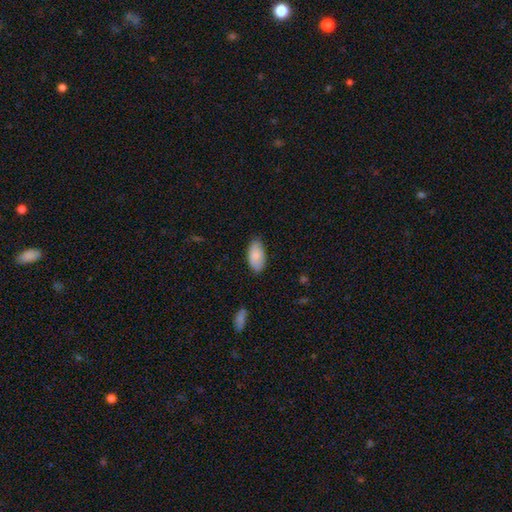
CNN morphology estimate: Smooth or featured: smooth — 83% (featured or disk — 11%)
How rounded: in between — 95% (cigar-shaped — 3%)
Merging: none — 77% (minor disturbance — 19%)